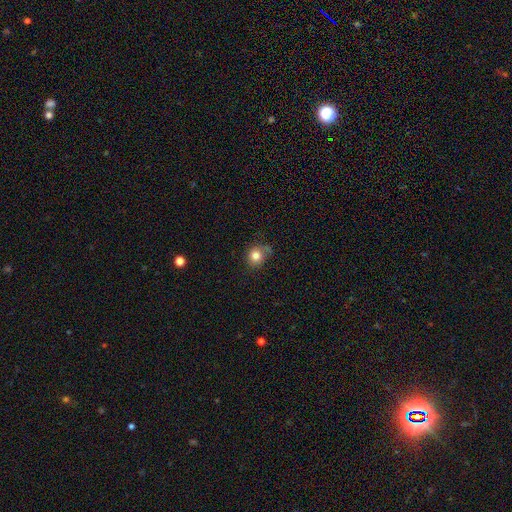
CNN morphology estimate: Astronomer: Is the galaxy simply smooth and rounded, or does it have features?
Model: smooth — 82%.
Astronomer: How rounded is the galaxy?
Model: round — 84%.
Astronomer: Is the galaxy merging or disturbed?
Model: none — 68%.